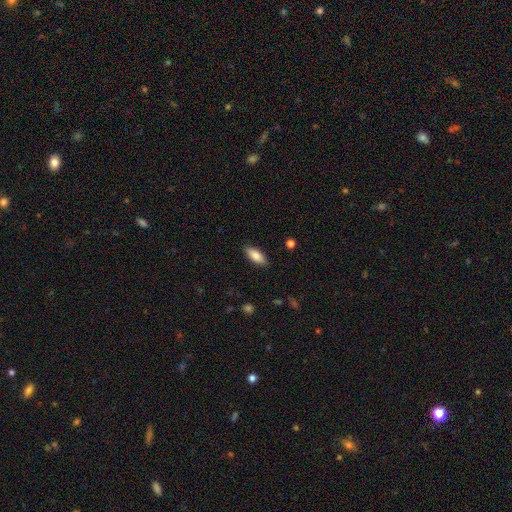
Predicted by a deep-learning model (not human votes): The model was most divided on "how rounded": in between: 83%, cigar-shaped: 15%, round: 2%. More confident: merging — none (88%); smooth or featured — smooth (86%).